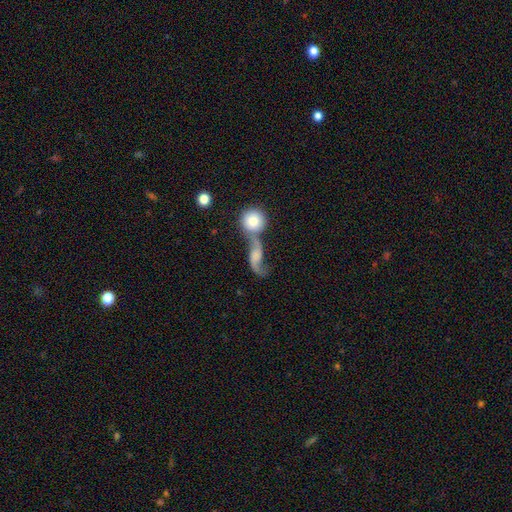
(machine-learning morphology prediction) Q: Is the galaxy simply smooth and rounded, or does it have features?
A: featured or disk — 66%.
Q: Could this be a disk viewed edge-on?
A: no — 93%.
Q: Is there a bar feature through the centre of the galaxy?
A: no — 60%.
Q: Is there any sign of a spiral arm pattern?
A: yes — 87%.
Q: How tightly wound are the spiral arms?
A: loose — 87%.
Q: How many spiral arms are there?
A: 2 — 87%.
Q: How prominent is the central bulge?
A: none — 31%.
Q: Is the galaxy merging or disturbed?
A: merger — 54%.